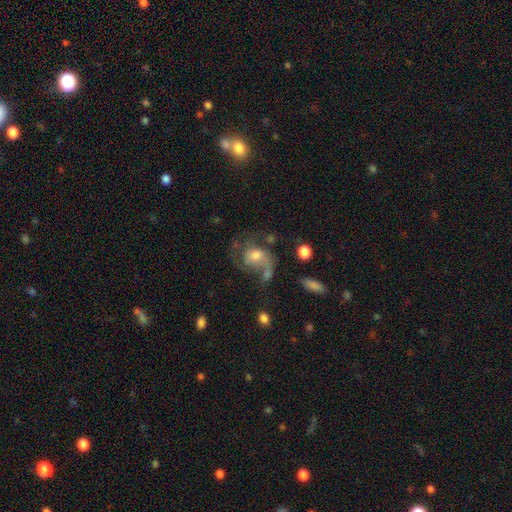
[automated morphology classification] Smooth or featured? featured or disk (66%)
Edge-on disk? no (97%)
Bar? no (65%)
Spiral arms? yes (81%)
Spiral winding? loose (45%)
Spiral arm count? 1 (40%)
Bulge size? moderate (54%)
Merging? none (36%)